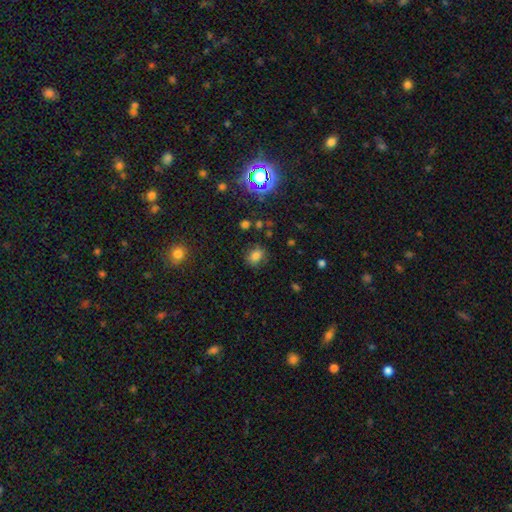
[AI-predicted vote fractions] Q: Smooth or featured?
A: smooth (74%); runner-up: star or artifact (18%)
Q: How rounded?
A: in between (55%); runner-up: round (44%)
Q: Merging?
A: none (80%); runner-up: minor disturbance (14%)